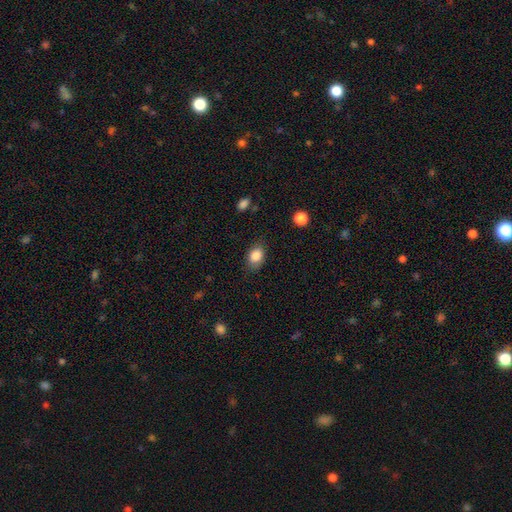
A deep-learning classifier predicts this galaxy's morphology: smooth 85%, star or artifact 8%, featured or disk 6%. Down the decision tree: how rounded — in between (78%); merging — none (80%).